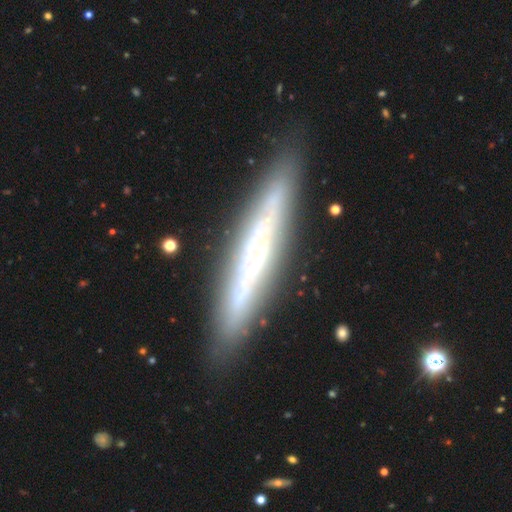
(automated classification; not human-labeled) smooth_or_featured: featured or disk (p=0.71) [alt: smooth p=0.21]
disk_edge_on: yes (p=0.88) [alt: no p=0.12]
edge_on_bulge: none (p=0.74) [alt: rounded p=0.16]
merging: none (p=0.86) [alt: minor disturbance p=0.10]